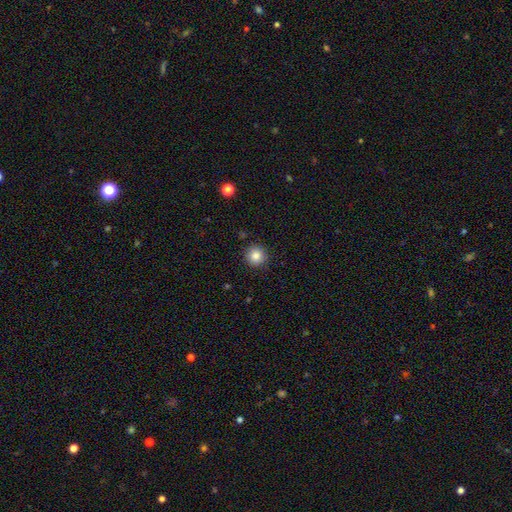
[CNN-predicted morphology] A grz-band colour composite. It shows a smooth galaxy with no disk features (85%) that is round (94%). Merging: none (91%).